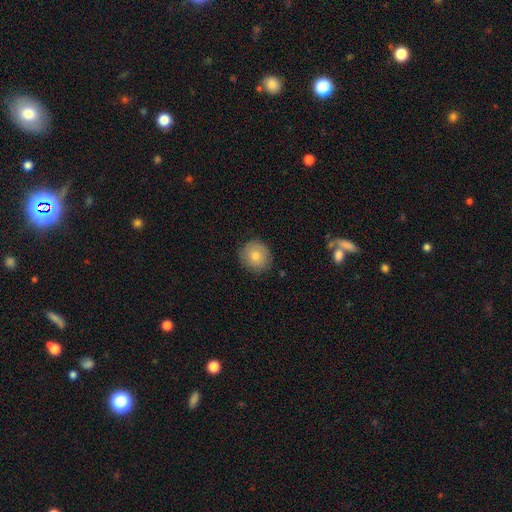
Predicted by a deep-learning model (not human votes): A smooth galaxy with no disk features (76%) that is round (85%).

Vote fractions:
- Smooth or featured? smooth: 76% / featured or disk: 16% / star or artifact: 8%
- How rounded? round: 85% / in between: 14% / cigar-shaped: 1%
- Merging? none: 83% / minor disturbance: 13% / major disturbance: 3% / merger: 1%